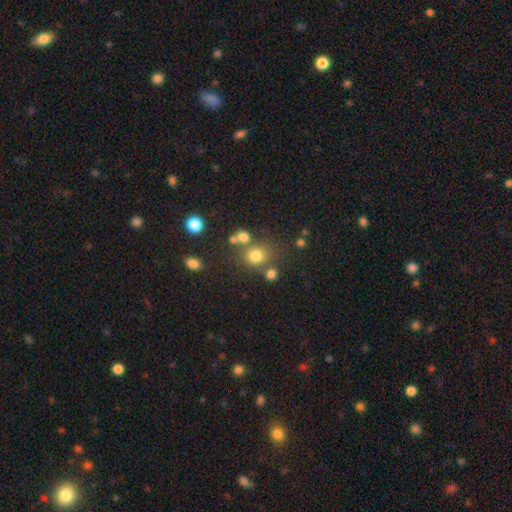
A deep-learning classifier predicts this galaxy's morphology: type=smooth (74%); roundness=round (80%); merging=none (66%).